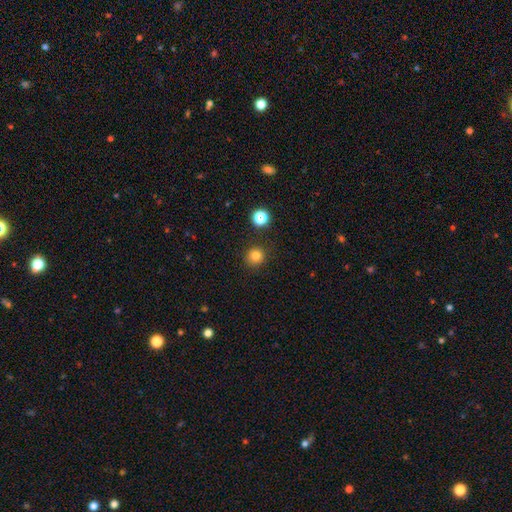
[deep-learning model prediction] smooth-or-featured: smooth: 79% | star or artifact: 15% | featured or disk: 6%
  how-rounded: round: 91% | in between: 8% | cigar-shaped: 1%
  merging: none: 88% | minor disturbance: 7% | major disturbance: 2% | merger: 2%